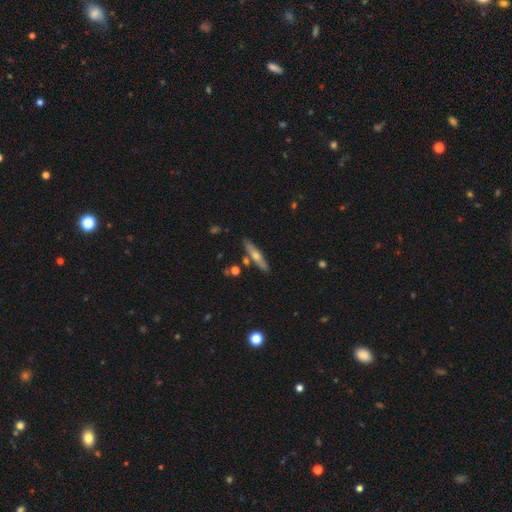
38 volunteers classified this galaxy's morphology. Smooth or featured? 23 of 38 (61%) said featured or disk. Edge-on disk? 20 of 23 (87%) said yes. Edge-on bulge? 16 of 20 (80%) said rounded. Merging? 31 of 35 (89%) said none.